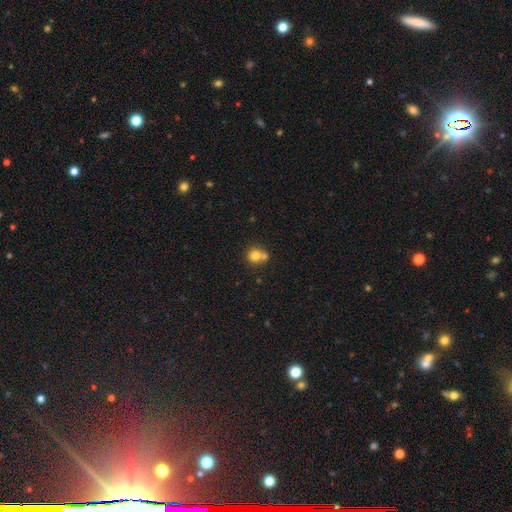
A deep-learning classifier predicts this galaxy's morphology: Overall: smooth (77%). How rounded: round (85%). Merging: none (47%; merger 41%).